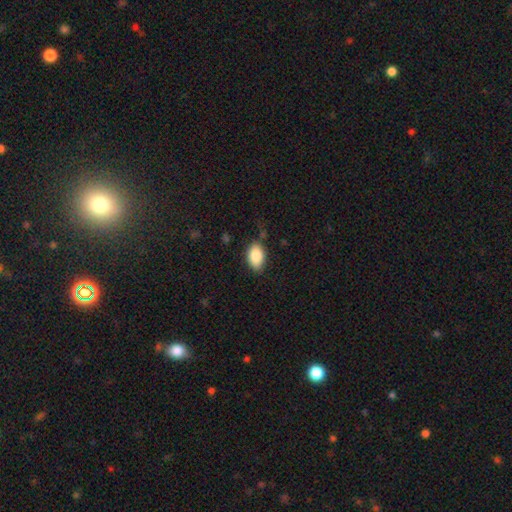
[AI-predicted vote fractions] Smooth or featured?
  - smooth: 85% *
  - featured or disk: 8%
  - star or artifact: 7%
How rounded?
  - in between: 89% *
  - round: 9%
  - cigar-shaped: 2%
Merging?
  - none: 78% *
  - minor disturbance: 17%
  - major disturbance: 4%
  - merger: 2%